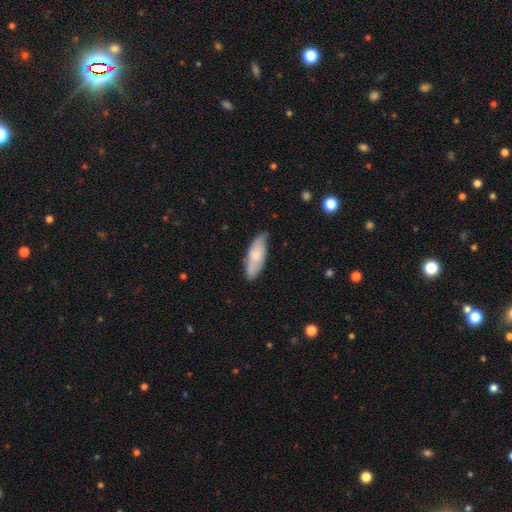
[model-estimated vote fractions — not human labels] A smooth galaxy with no disk features (71%) that is in between round and cigar-shaped (70%). Merging: none (69%).